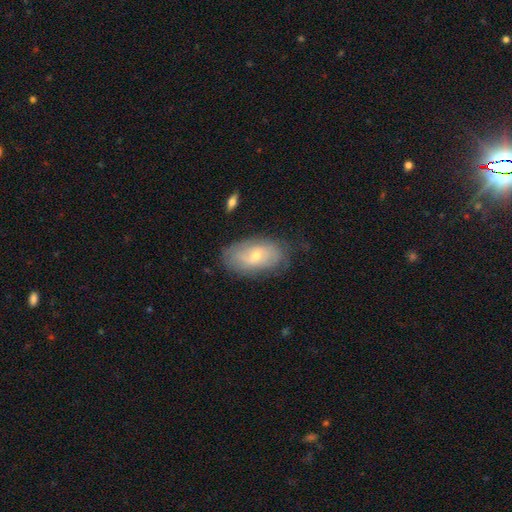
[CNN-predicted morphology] featured or disk 52%, smooth 41%, star or artifact 7%. Down the decision tree: edge-on disk — no (91%); merging — none (72%).